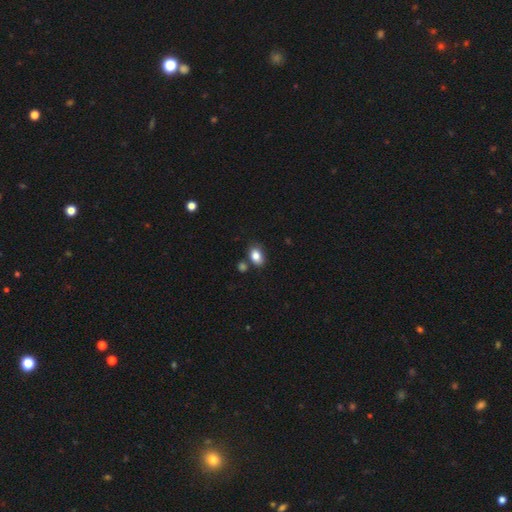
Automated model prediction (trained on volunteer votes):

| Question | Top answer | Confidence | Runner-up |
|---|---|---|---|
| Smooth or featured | smooth | 84% | star or artifact (9%) |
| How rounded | in between | 81% | round (18%) |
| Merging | none | 72% | minor disturbance (15%) |